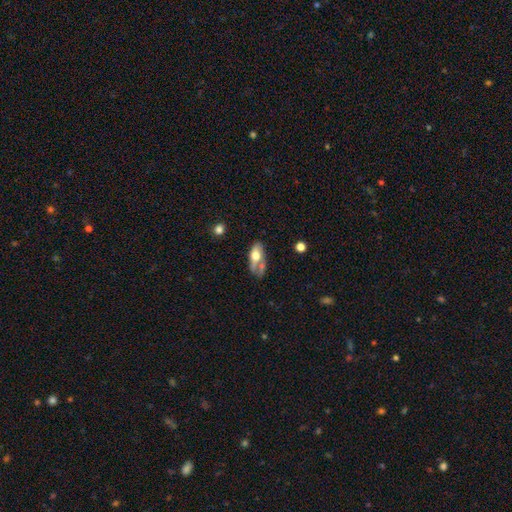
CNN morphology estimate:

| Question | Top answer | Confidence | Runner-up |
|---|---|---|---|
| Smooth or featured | smooth | 56% | featured or disk (37%) |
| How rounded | in between | 83% | cigar-shaped (12%) |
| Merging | none | 33% | merger (29%) |